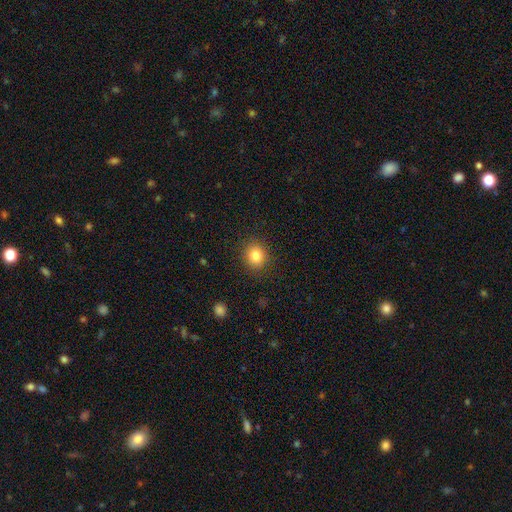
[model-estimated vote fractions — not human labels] Smooth or featured?
  - smooth: 83% *
  - star or artifact: 10%
  - featured or disk: 6%
How rounded?
  - round: 77% *
  - in between: 22%
  - cigar-shaped: 1%
Merging?
  - none: 89% *
  - minor disturbance: 8%
  - major disturbance: 3%
  - merger: 1%